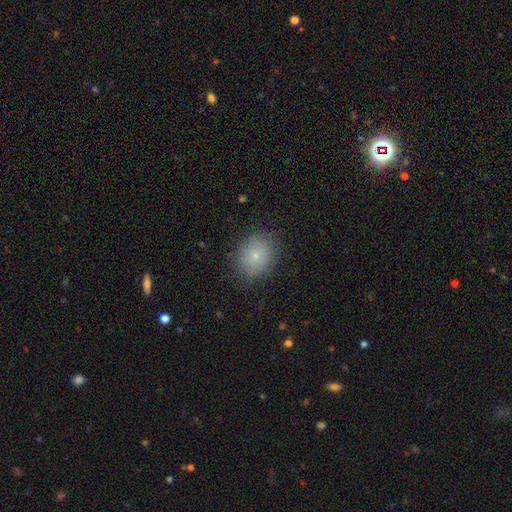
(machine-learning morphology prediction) Smooth or featured? Predicted: smooth (p=0.78). How rounded? Predicted: round (p=0.59). Merging? Predicted: none (p=0.84).